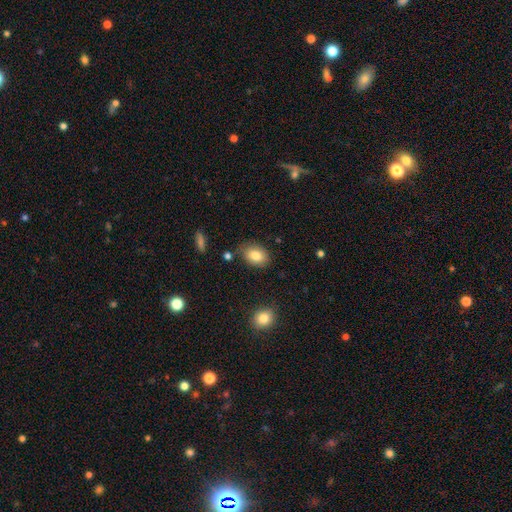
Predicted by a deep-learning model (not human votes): Smooth or featured? Predicted: smooth (p=0.82). How rounded? Predicted: in between (p=0.79). Merging? Predicted: none (p=0.77).